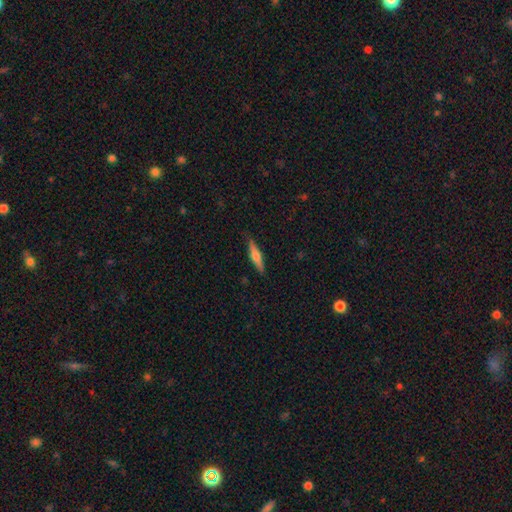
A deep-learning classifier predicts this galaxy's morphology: Smooth or featured: smooth — 48% (featured or disk — 46%)
Merging: none — 87% (minor disturbance — 10%)